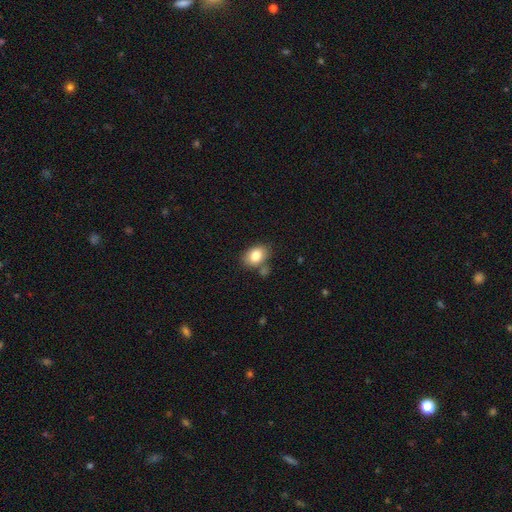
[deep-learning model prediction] smooth-or-featured: smooth: 82% | featured or disk: 10% | star or artifact: 8%
  how-rounded: in between: 76% | round: 23% | cigar-shaped: 1%
  merging: none: 70% | minor disturbance: 15% | merger: 11% | major disturbance: 4%